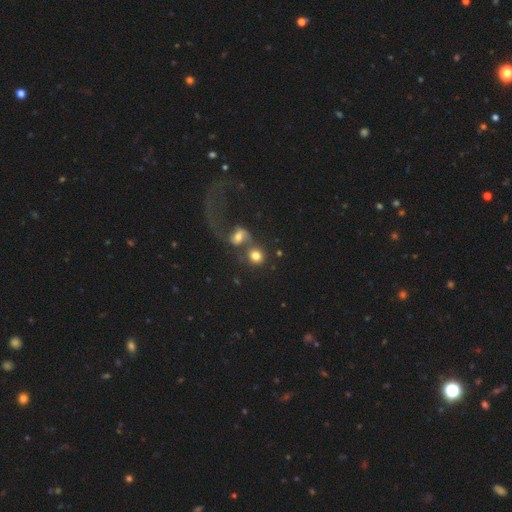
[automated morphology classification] A smooth galaxy with no disk features (71%) that is round (84%).

Vote fractions:
- Smooth or featured? smooth: 71% / featured or disk: 20% / star or artifact: 10%
- How rounded? round: 84% / in between: 15% / cigar-shaped: 1%
- Merging? merger: 54% / none: 29% / major disturbance: 10% / minor disturbance: 7%